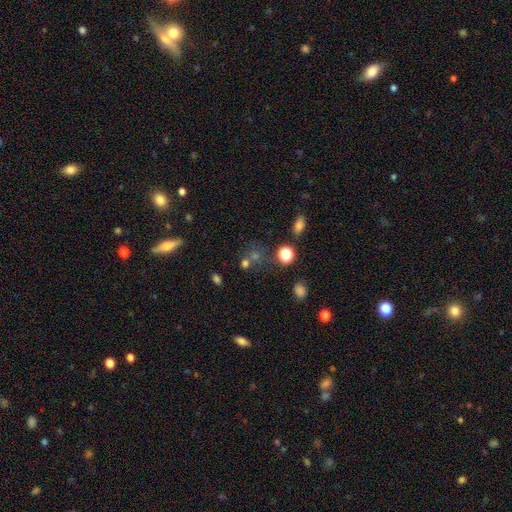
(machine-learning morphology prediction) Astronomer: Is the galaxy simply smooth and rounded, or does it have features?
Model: smooth — 50% (runner-up: star or artifact, 35%).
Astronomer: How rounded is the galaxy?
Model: round — 79%.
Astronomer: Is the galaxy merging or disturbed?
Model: none — 65%.